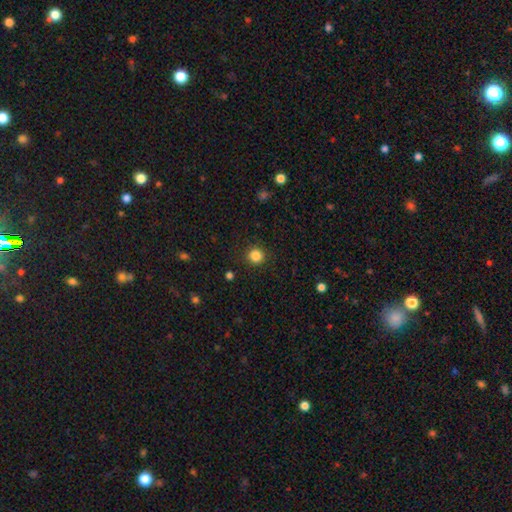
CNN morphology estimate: This is clearly a smooth galaxy (84%). How rounded: clearly round (94%). Merging: clearly none (91%).